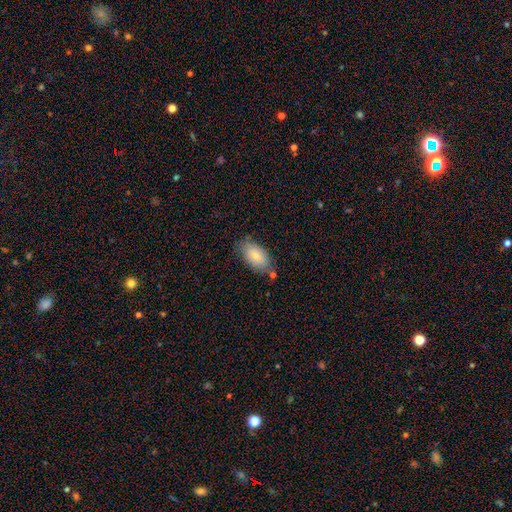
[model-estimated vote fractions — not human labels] Morphology: type=smooth (75%); roundness=in between (93%); merging=none (69%).